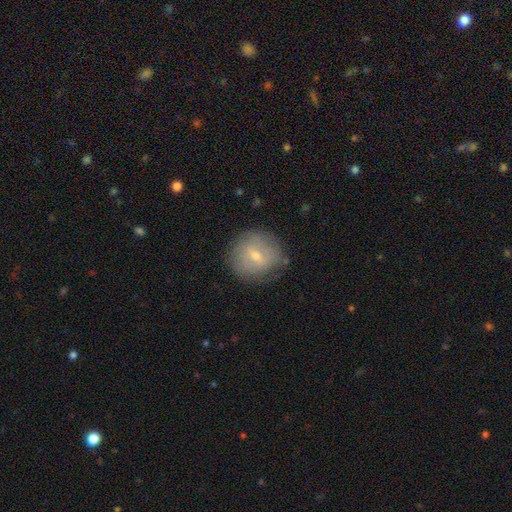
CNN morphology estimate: smooth 54%, featured or disk 36%, star or artifact 10%. Down the decision tree: how rounded — round (86%); merging — none (78%).